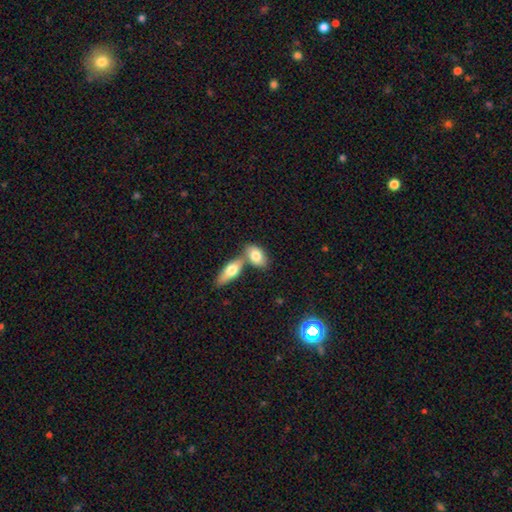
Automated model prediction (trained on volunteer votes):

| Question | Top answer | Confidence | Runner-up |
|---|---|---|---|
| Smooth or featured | smooth | 76% | featured or disk (19%) |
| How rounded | in between | 87% | cigar-shaped (7%) |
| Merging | merger | 50% | none (39%) |